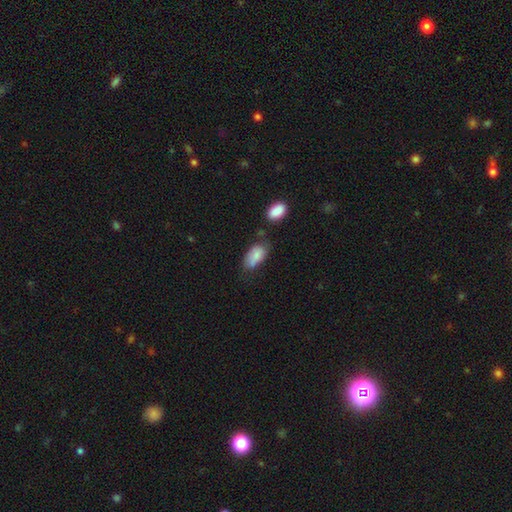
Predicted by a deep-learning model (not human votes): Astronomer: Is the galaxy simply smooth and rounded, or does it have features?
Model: smooth — 81%.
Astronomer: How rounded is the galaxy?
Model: in between — 92%.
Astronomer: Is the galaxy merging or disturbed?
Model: none — 48% (runner-up: minor disturbance, 31%).